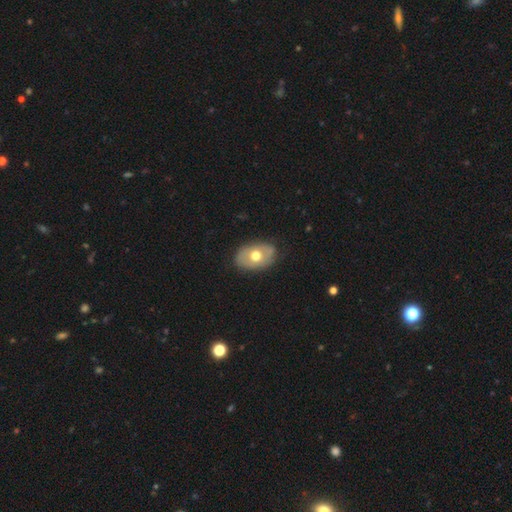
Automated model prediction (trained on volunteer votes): Smooth or featured? Predicted: smooth (p=0.56). How rounded? Predicted: in between (p=0.82). Merging? Predicted: none (p=0.82).